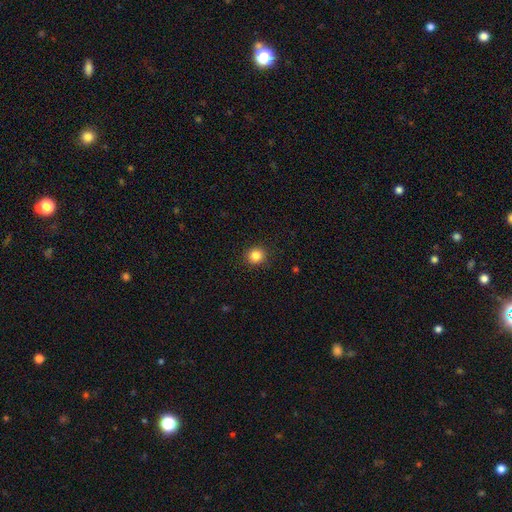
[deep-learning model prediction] smooth_or_featured: smooth (p=0.85) [alt: star or artifact p=0.11]
how_rounded: round (p=0.89) [alt: in between p=0.10]
merging: none (p=0.91) [alt: minor disturbance p=0.06]